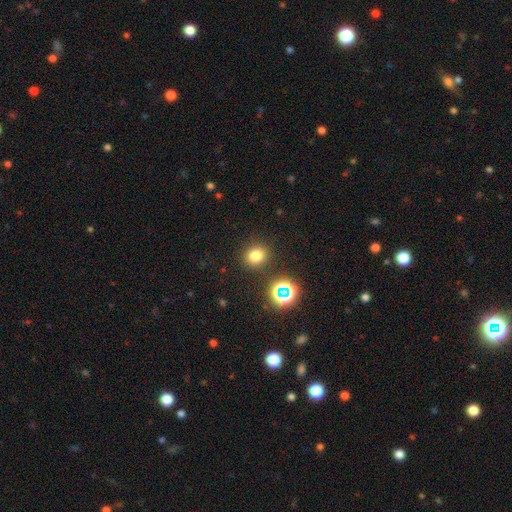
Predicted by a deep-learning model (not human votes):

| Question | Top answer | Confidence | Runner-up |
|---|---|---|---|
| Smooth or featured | smooth | 75% | star or artifact (18%) |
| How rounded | round | 75% | in between (24%) |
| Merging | none | 87% | minor disturbance (8%) |